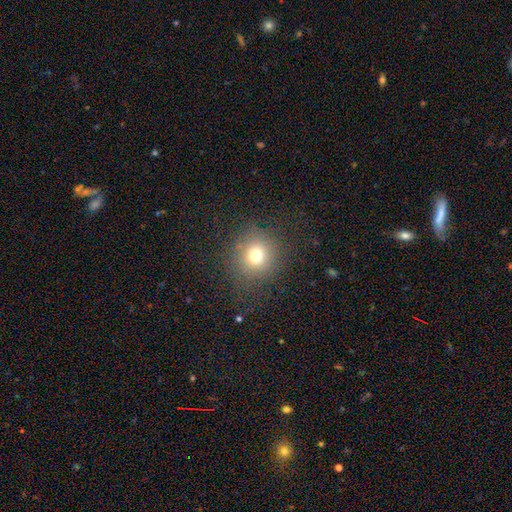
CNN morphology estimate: Smooth or featured?
  - smooth: 72% *
  - star or artifact: 18%
  - featured or disk: 10%
How rounded?
  - round: 91% *
  - in between: 8%
  - cigar-shaped: 1%
Merging?
  - none: 84% *
  - minor disturbance: 9%
  - major disturbance: 6%
  - merger: 1%